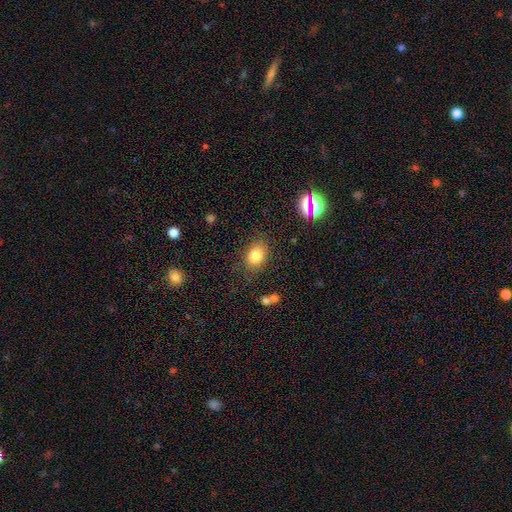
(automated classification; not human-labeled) A smooth galaxy with no disk features (80%) that is in between round and cigar-shaped (67%).

Vote fractions:
- Smooth or featured? smooth: 80% / star or artifact: 12% / featured or disk: 8%
- How rounded? in between: 67% / round: 32% / cigar-shaped: 1%
- Merging? none: 79% / minor disturbance: 14% / major disturbance: 4% / merger: 3%